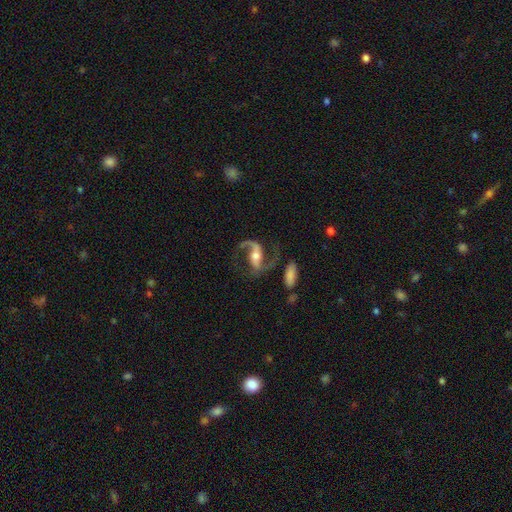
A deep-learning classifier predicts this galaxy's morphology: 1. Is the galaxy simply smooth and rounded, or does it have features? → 90% featured or disk, 5% smooth, 5% star or artifact.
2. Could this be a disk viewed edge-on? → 97% no, 3% yes.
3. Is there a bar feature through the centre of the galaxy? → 39% strong, 35% weak, 26% no.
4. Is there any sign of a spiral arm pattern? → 97% yes, 3% no.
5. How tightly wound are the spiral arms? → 52% loose, 41% medium, 7% tight.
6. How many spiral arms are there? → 89% 2, 7% 1, 2% can't tell, 1% 3, 1% 4, 1% more than 4.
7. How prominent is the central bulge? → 63% moderate, 22% small, 11% large, 3% none, 2% dominant.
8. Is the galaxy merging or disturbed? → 65% none, 15% major disturbance, 15% minor disturbance, 6% merger.